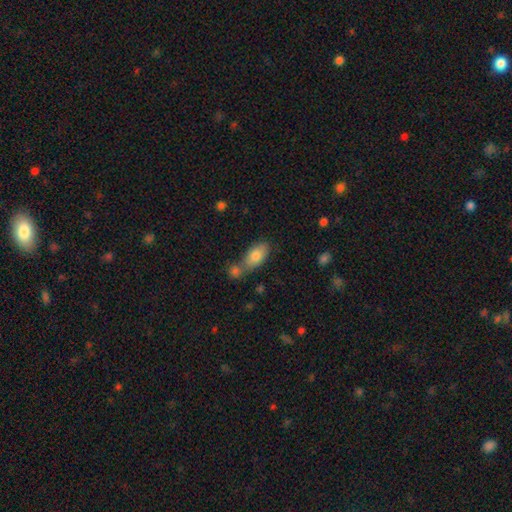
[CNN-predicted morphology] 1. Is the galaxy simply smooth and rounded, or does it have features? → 80% smooth, 13% featured or disk, 7% star or artifact.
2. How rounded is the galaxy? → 90% in between, 6% round, 4% cigar-shaped.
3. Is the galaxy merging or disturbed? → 48% none, 34% merger, 14% minor disturbance, 5% major disturbance.